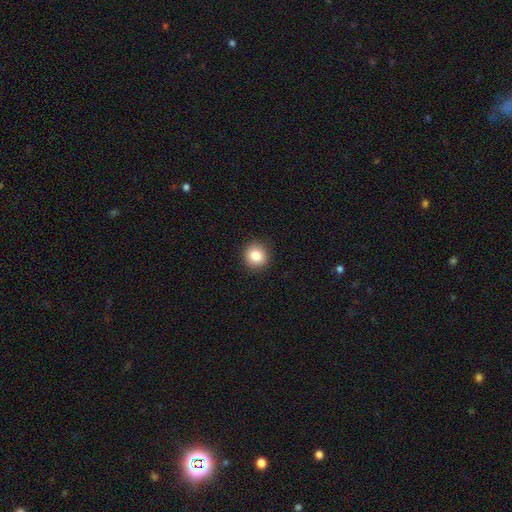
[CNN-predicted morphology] A smooth galaxy with no disk features (85%) that is round (90%).

Vote fractions:
- Smooth or featured? smooth: 85% / star or artifact: 9% / featured or disk: 6%
- How rounded? round: 90% / in between: 9% / cigar-shaped: 1%
- Merging? none: 91% / minor disturbance: 6% / major disturbance: 2% / merger: 1%